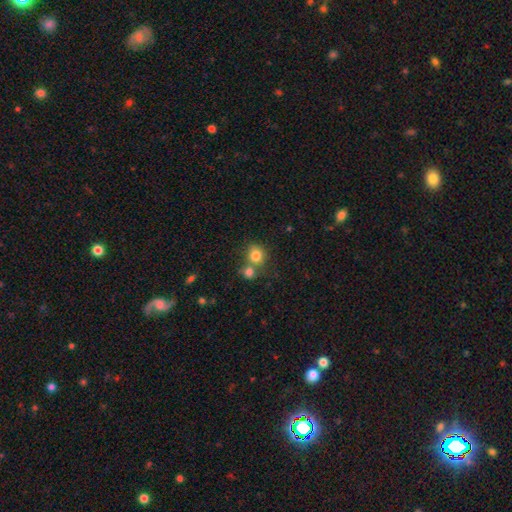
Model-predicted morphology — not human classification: Smooth or featured? Predicted: smooth (p=0.81). How rounded? Predicted: round (p=0.79). Merging? Predicted: none (p=0.48).